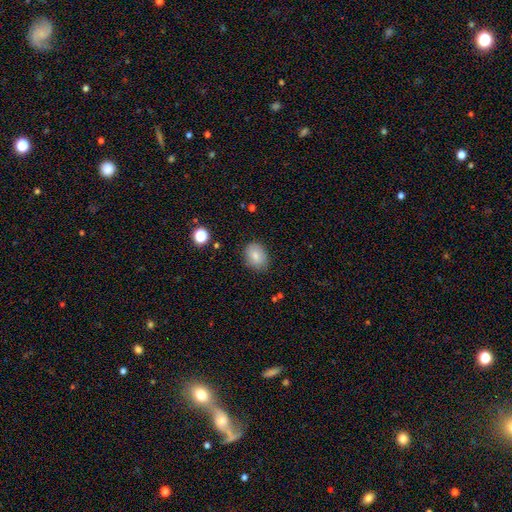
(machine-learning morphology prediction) This appears to be a smooth galaxy with no disk features (78%) that is in between round and cigar-shaped (66%). Merging: none (79%).